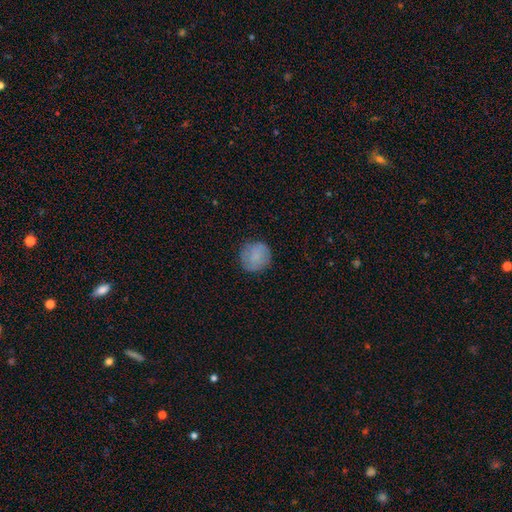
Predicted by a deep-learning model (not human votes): The model was most divided on "merging": none: 82%, minor disturbance: 13%, major disturbance: 4%, merger: 1%. More confident: how rounded — round (91%); smooth or featured — smooth (81%).